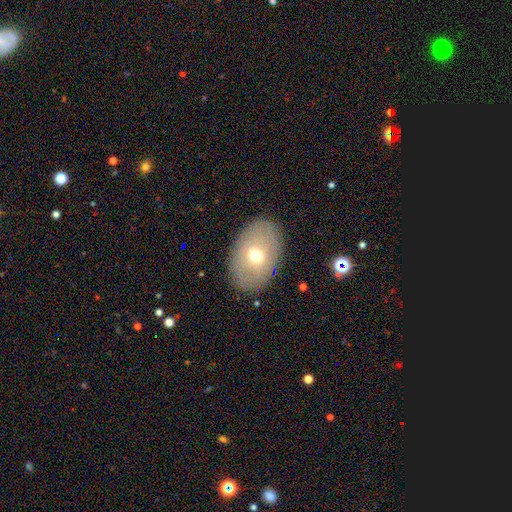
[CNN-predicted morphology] A smooth galaxy with no disk features (59%) that is in between round and cigar-shaped (83%). Merging: none (86%).